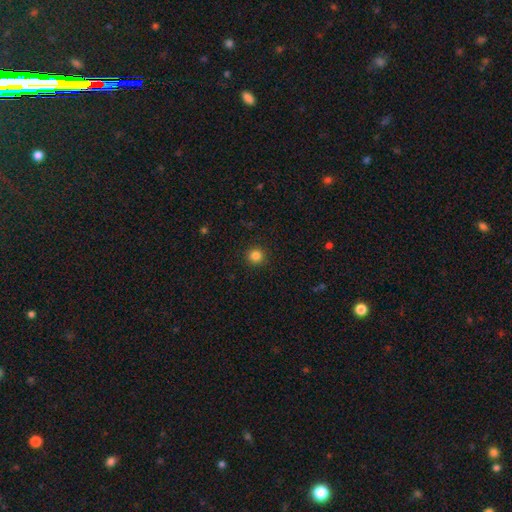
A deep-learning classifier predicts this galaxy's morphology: smooth 84%, star or artifact 12%, featured or disk 4%. Down the decision tree: how rounded — round (95%); merging — none (92%).